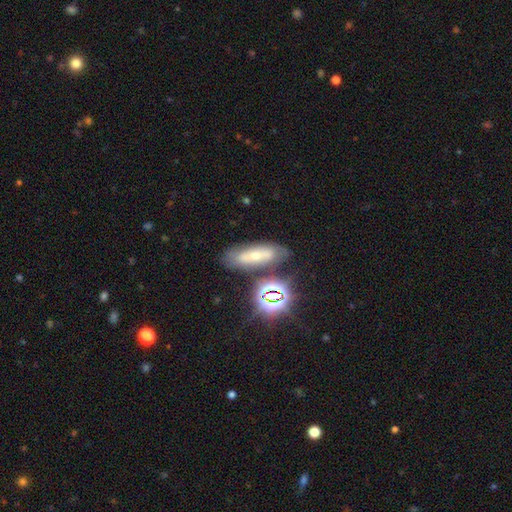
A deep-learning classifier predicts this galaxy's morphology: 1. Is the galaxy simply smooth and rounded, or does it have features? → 40% featured or disk, 36% smooth, 24% star or artifact.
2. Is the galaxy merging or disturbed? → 68% none, 16% minor disturbance, 10% merger, 7% major disturbance.